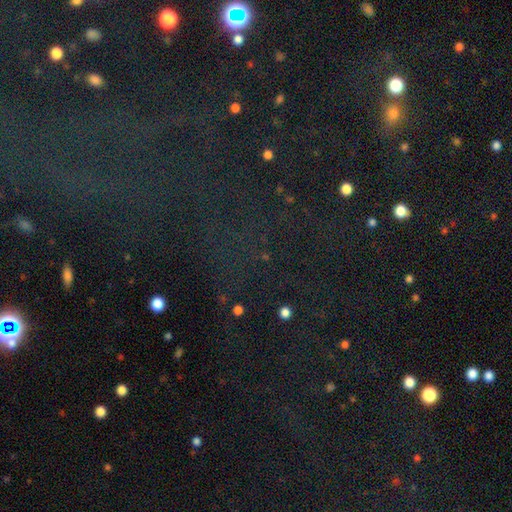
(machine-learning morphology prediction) A star or artifact, not a galaxy (79%).